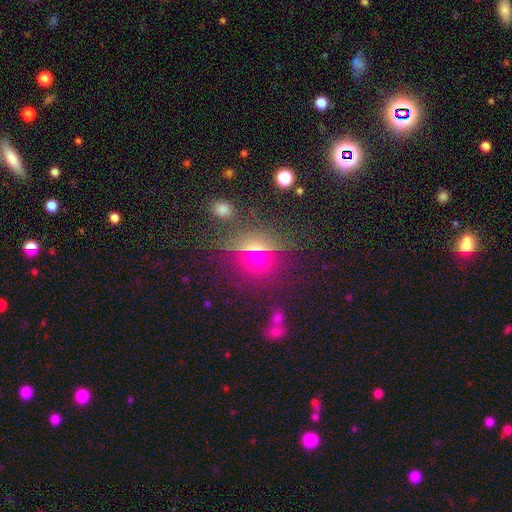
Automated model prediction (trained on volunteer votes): smooth-or-featured: star or artifact: 47% | smooth: 36% | featured or disk: 17%